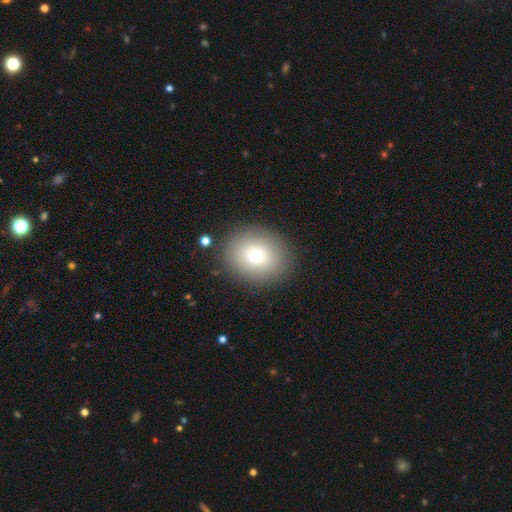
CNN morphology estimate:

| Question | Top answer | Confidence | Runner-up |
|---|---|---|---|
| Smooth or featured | smooth | 74% | featured or disk (14%) |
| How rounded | round | 66% | in between (33%) |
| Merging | none | 87% | minor disturbance (8%) |